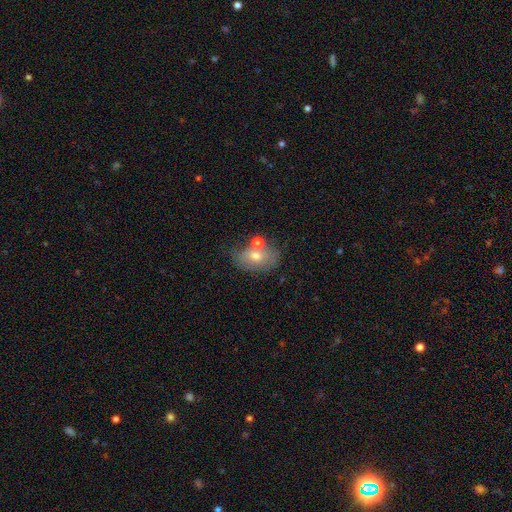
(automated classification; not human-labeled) Overall: smooth (62%; featured or disk 28%). How rounded: in between (78%). Merging: none (52%; merger 22%).